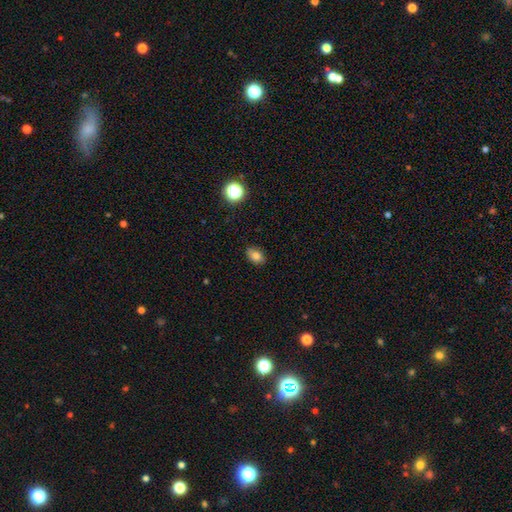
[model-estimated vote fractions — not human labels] The model was most divided on "how rounded": in between: 78%, round: 21%, cigar-shaped: 1%. More confident: merging — none (81%); smooth or featured — smooth (80%).